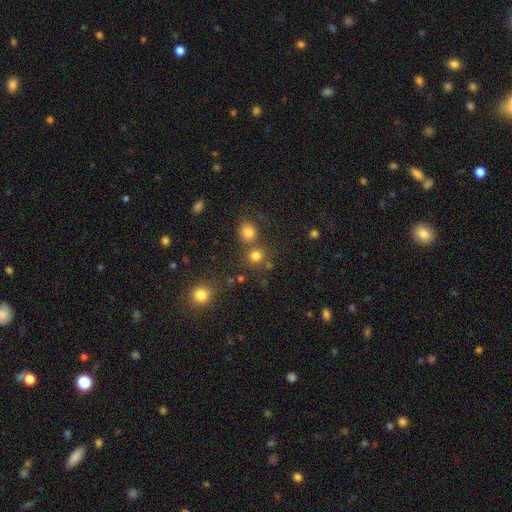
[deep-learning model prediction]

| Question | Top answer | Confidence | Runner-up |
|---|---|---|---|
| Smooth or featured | smooth | 77% | star or artifact (16%) |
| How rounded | round | 86% | in between (13%) |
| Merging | none | 62% | merger (26%) |